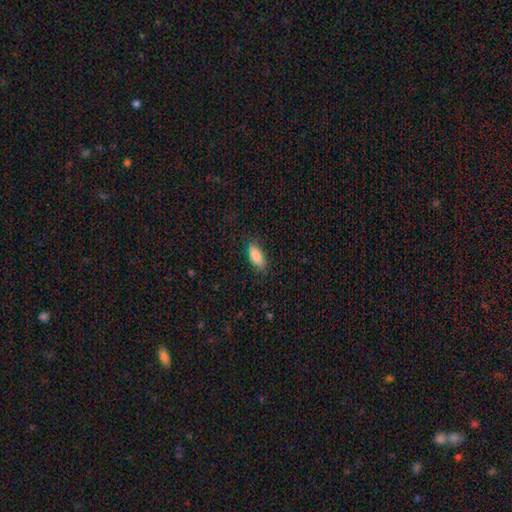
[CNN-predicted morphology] Smooth or featured?
  - smooth: 85% *
  - featured or disk: 8%
  - star or artifact: 7%
How rounded?
  - in between: 84% *
  - cigar-shaped: 14%
  - round: 2%
Merging?
  - none: 82% *
  - minor disturbance: 14%
  - major disturbance: 3%
  - merger: 1%